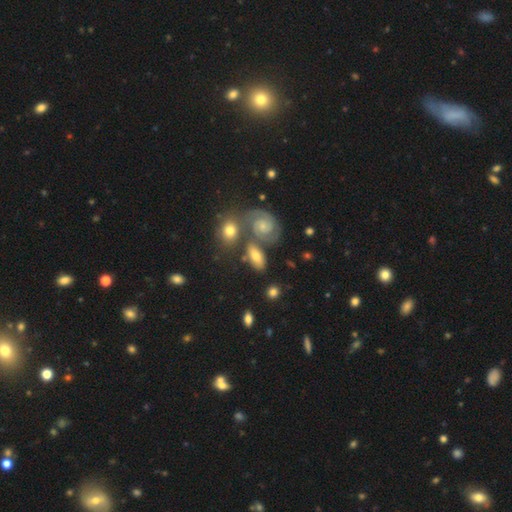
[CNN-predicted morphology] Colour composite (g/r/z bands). It shows a smooth galaxy with no disk features (47%). Merging: none (55%).